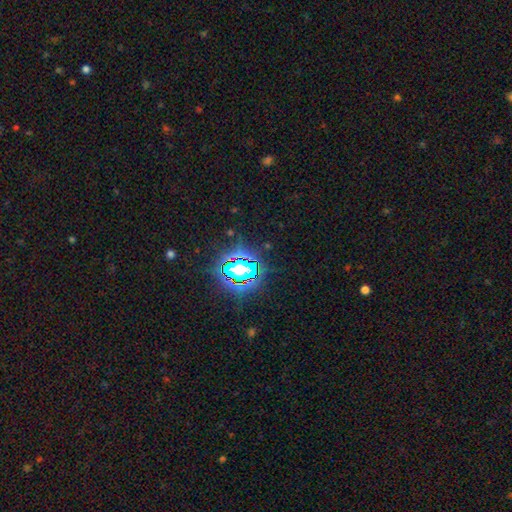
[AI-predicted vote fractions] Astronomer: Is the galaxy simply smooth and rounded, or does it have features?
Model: star or artifact — 83%.